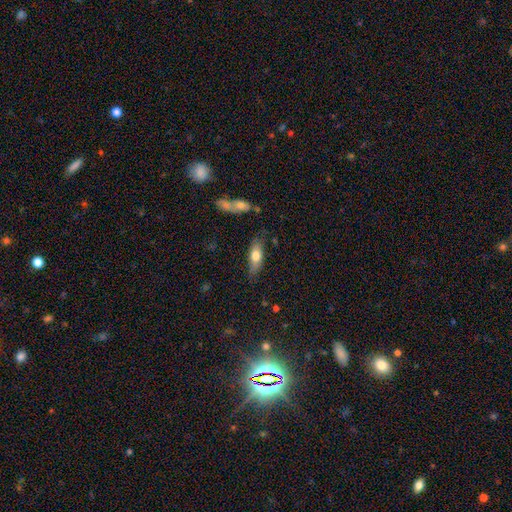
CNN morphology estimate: Smooth or featured?
  - smooth: 68% *
  - featured or disk: 26%
  - star or artifact: 6%
How rounded?
  - in between: 68% *
  - cigar-shaped: 29%
  - round: 3%
Merging?
  - none: 72% *
  - minor disturbance: 20%
  - major disturbance: 5%
  - merger: 4%